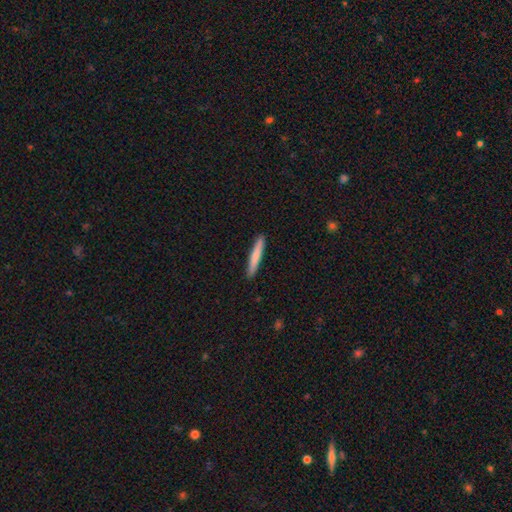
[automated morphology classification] Q: Smooth or featured?
A: smooth (76%); runner-up: featured or disk (19%)
Q: How rounded?
A: cigar-shaped (95%); runner-up: in between (3%)
Q: Merging?
A: none (91%); runner-up: minor disturbance (6%)